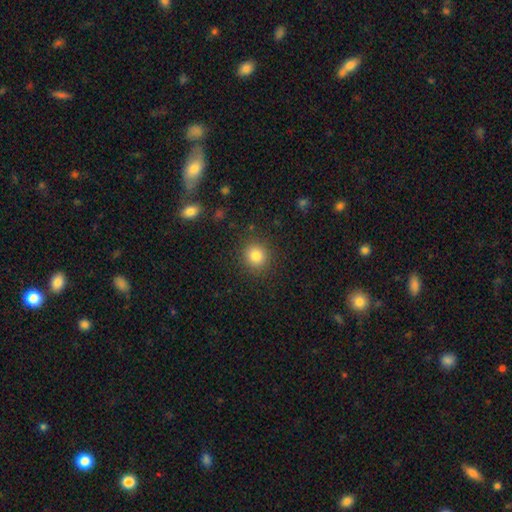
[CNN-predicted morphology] Smooth or featured? Predicted: smooth (p=0.83). How rounded? Predicted: round (p=0.89). Merging? Predicted: none (p=0.89).